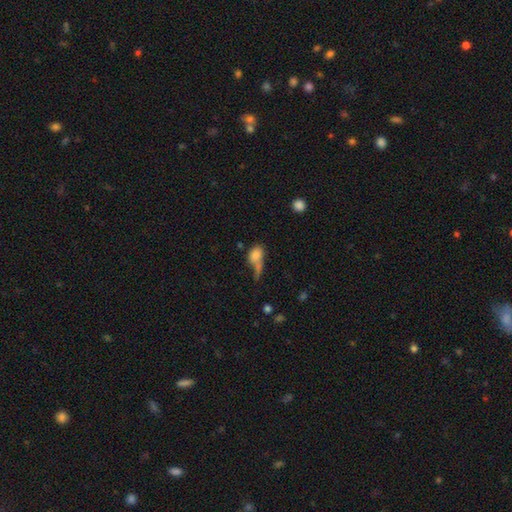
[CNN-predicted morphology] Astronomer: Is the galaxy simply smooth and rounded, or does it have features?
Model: smooth — 75%.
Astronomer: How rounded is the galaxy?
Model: in between — 71%.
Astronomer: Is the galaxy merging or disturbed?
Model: merger — 34% (runner-up: none, 26%).